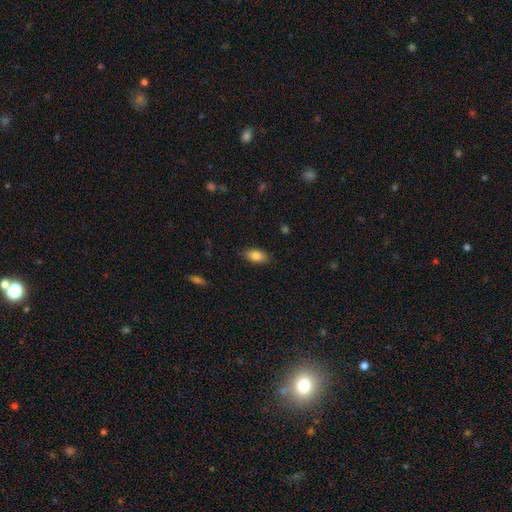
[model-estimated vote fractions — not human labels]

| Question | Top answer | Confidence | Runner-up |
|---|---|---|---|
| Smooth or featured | smooth | 83% | featured or disk (10%) |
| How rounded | in between | 89% | cigar-shaped (6%) |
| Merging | none | 84% | minor disturbance (13%) |